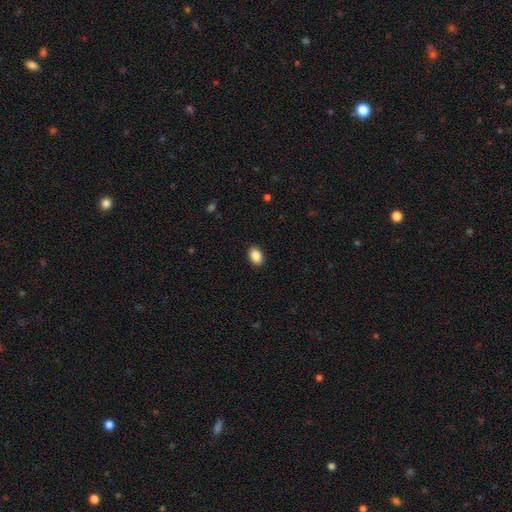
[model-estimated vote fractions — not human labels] Overall: smooth (89%). How rounded: in between (84%). Merging: none (90%).